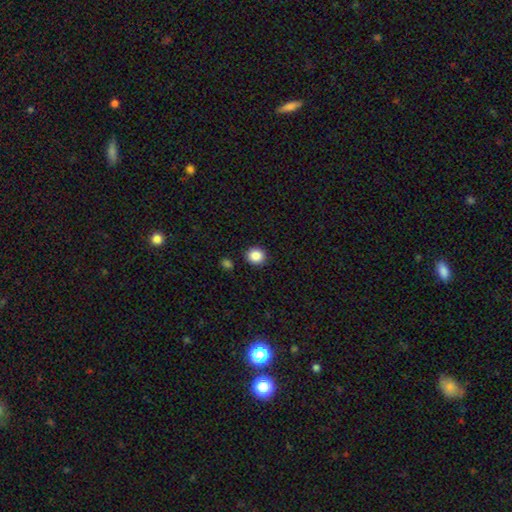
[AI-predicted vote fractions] Smooth or featured?
  - smooth: 86% *
  - star or artifact: 10%
  - featured or disk: 4%
How rounded?
  - round: 88% *
  - in between: 11%
  - cigar-shaped: 1%
Merging?
  - none: 90% *
  - minor disturbance: 6%
  - merger: 2%
  - major disturbance: 2%